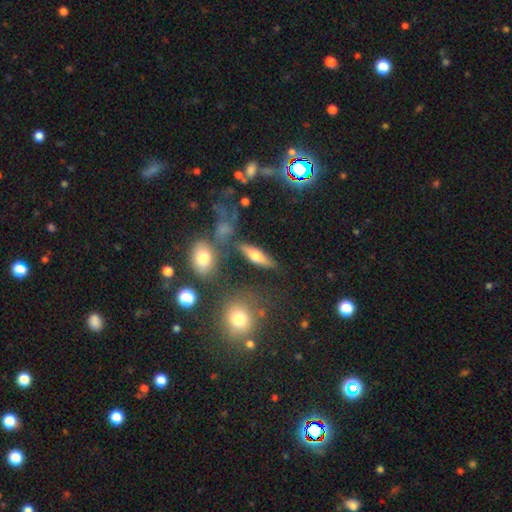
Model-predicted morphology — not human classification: This is possibly a smooth galaxy (53%). How rounded: possibly cigar-shaped (47%). Merging: likely none (71%).